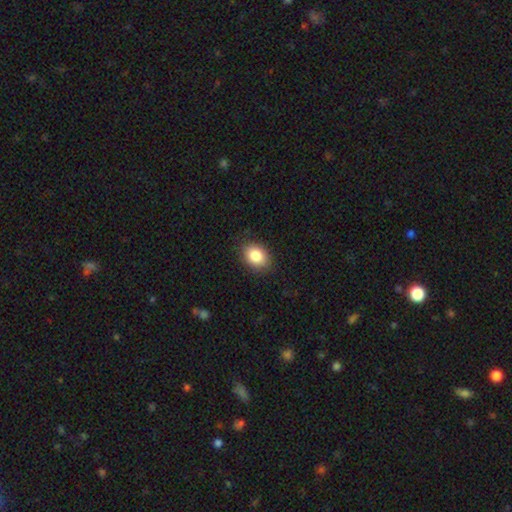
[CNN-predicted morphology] Q: Smooth or featured?
A: smooth (86%); runner-up: star or artifact (8%)
Q: How rounded?
A: in between (70%); runner-up: round (29%)
Q: Merging?
A: none (86%); runner-up: minor disturbance (11%)